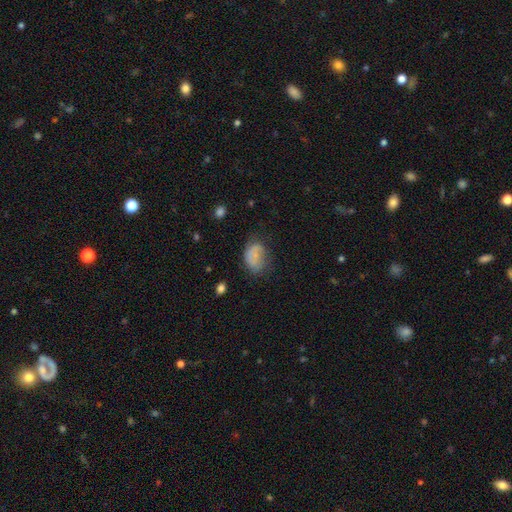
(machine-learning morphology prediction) smooth 71%, featured or disk 17%, star or artifact 11%. Down the decision tree: how rounded — in between (78%); merging — none (51%).